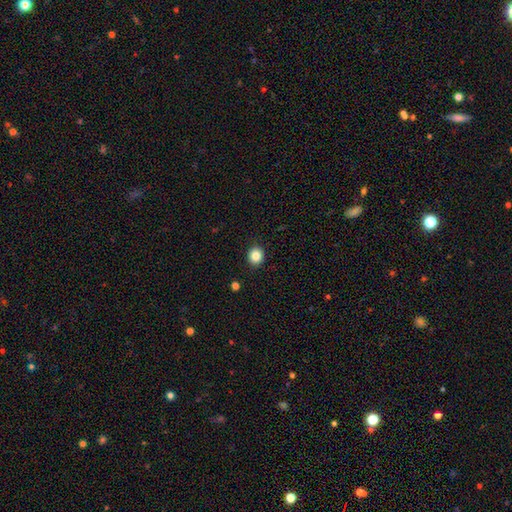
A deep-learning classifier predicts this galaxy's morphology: A smooth galaxy with no disk features (85%) that is round (79%). Merging: none (92%).